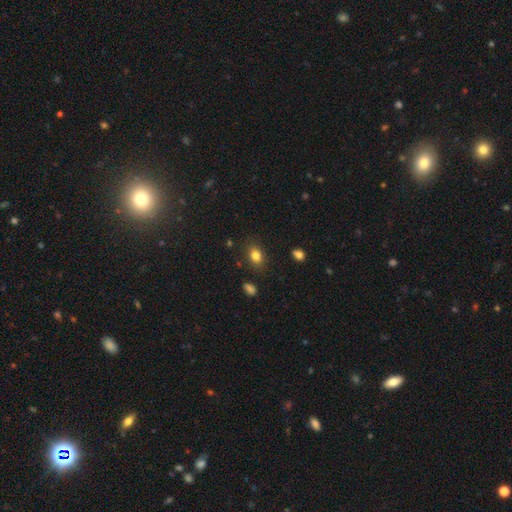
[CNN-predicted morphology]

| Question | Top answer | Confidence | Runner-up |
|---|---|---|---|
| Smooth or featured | smooth | 83% | star or artifact (11%) |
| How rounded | in between | 72% | round (26%) |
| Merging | none | 84% | minor disturbance (11%) |